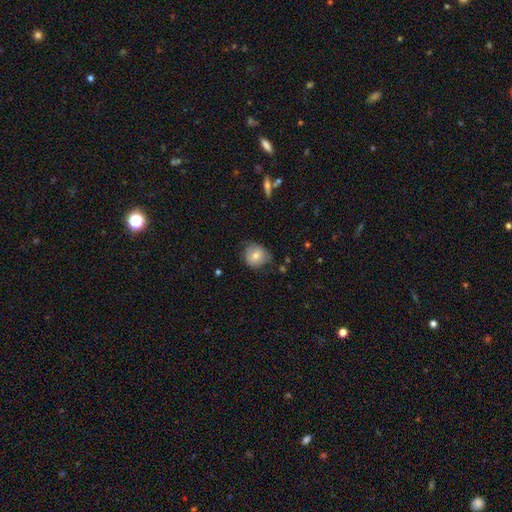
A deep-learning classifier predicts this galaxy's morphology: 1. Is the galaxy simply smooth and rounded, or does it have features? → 72% smooth, 19% featured or disk, 8% star or artifact.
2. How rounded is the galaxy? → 75% round, 24% in between, 1% cigar-shaped.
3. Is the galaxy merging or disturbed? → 63% none, 29% minor disturbance, 6% major disturbance, 2% merger.